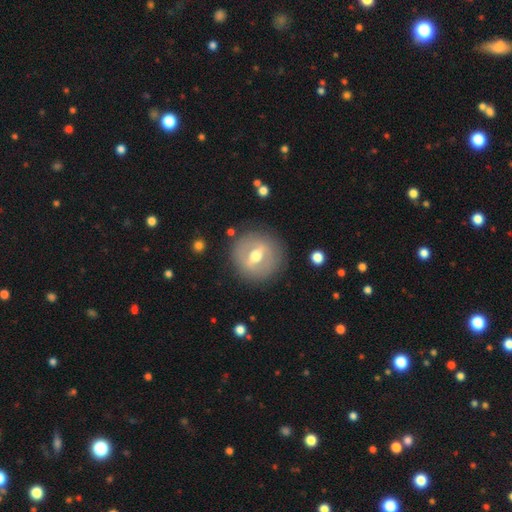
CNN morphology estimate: type=featured or disk (63%); edge-on=no (81%); bar=strong (51%); spiral arms=no (82%); bulge=moderate (76%); merging=none (85%).